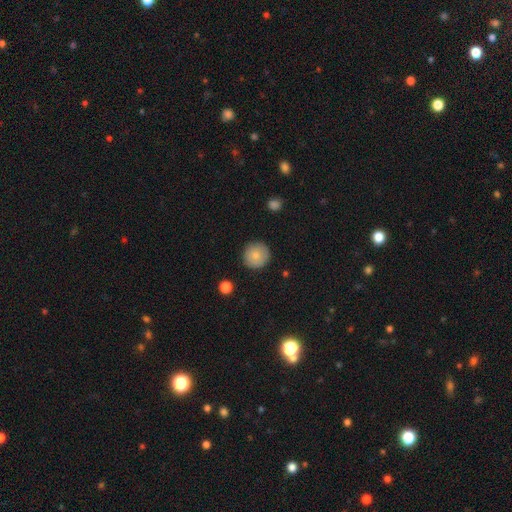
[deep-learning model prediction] The model was most divided on "smooth or featured": smooth: 82%, featured or disk: 10%, star or artifact: 8%. More confident: how rounded — round (95%); merging — none (90%).